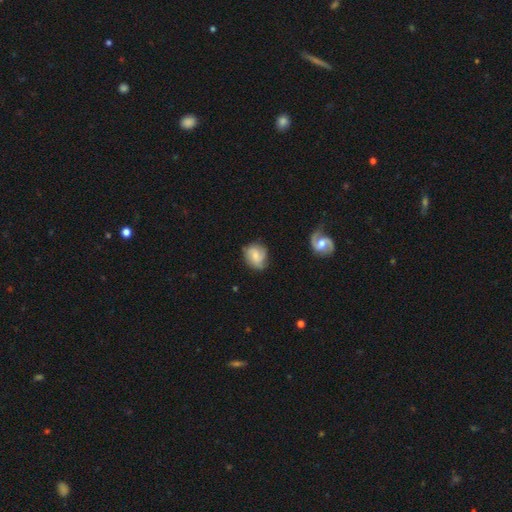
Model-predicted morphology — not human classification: Smooth or featured: smooth — 48% (featured or disk — 45%)
Merging: none — 70% (minor disturbance — 22%)